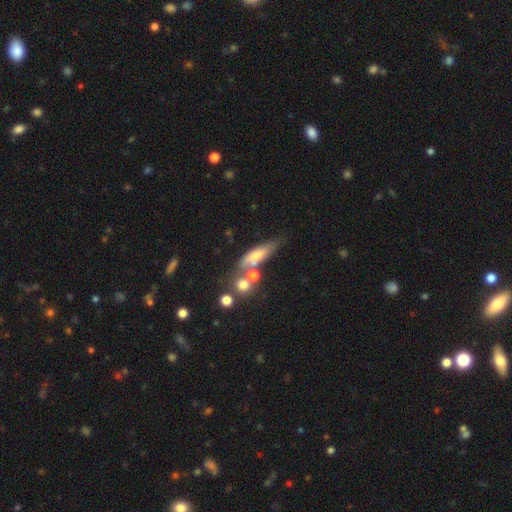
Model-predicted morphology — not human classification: type=smooth (54%); roundness=cigar-shaped (55%); merging=none (44%).